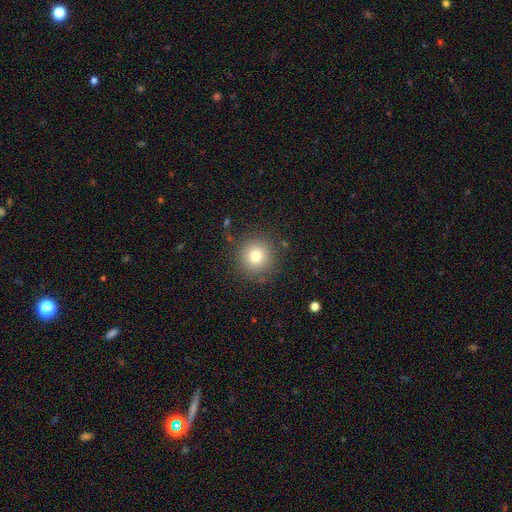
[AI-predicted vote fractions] smooth 67%, star or artifact 23%, featured or disk 10%. Down the decision tree: how rounded — round (95%); merging — none (89%).